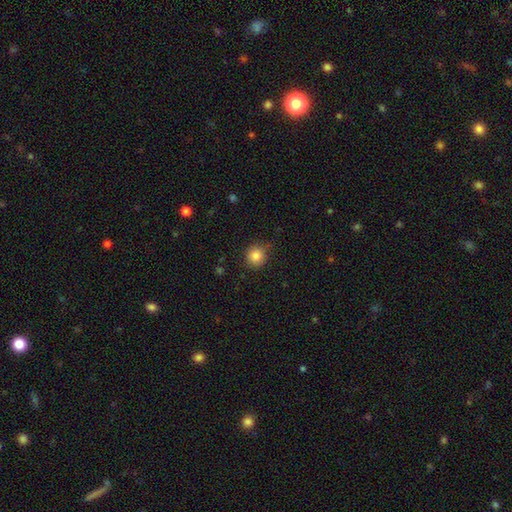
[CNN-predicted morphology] A smooth galaxy with no disk features (84%) that is round (93%).

Vote fractions:
- Smooth or featured? smooth: 84% / star or artifact: 11% / featured or disk: 5%
- How rounded? round: 93% / in between: 7% / cigar-shaped: 1%
- Merging? none: 83% / minor disturbance: 12% / major disturbance: 3% / merger: 1%